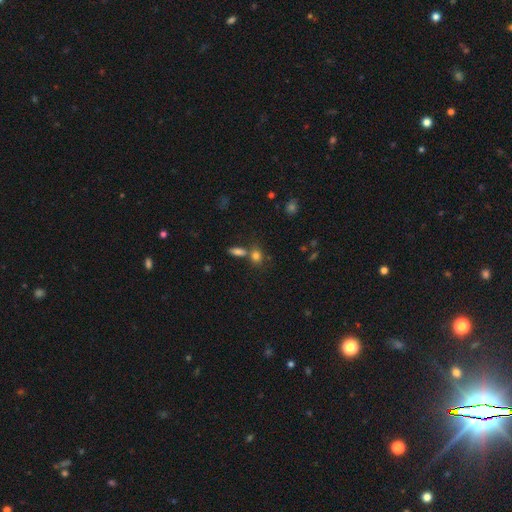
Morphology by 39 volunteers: Smooth or featured? 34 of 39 (87%) said smooth. How rounded? 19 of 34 (56%) said round. Merging? 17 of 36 (47%) said none.